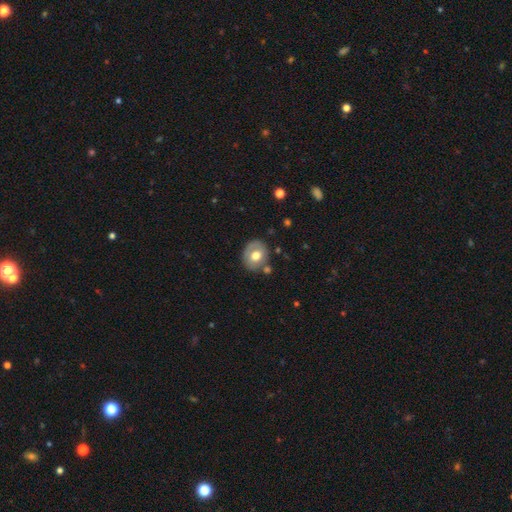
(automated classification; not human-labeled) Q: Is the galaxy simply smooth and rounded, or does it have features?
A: smooth — 62%.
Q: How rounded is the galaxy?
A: round — 61%.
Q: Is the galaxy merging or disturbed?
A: none — 71%.